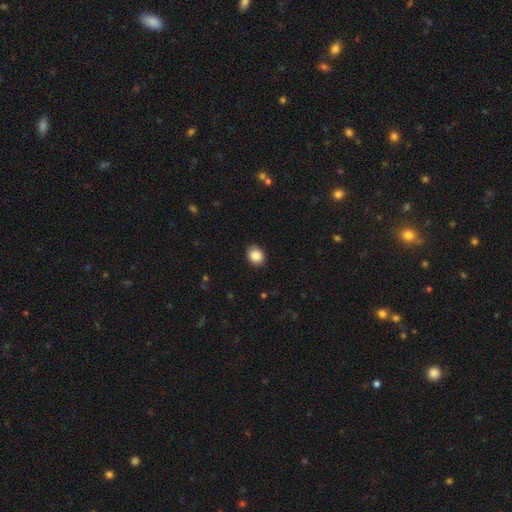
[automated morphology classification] smooth-or-featured: smooth: 87% | star or artifact: 9% | featured or disk: 5%
  how-rounded: round: 54% | in between: 45% | cigar-shaped: 1%
  merging: none: 89% | minor disturbance: 8% | major disturbance: 2% | merger: 1%